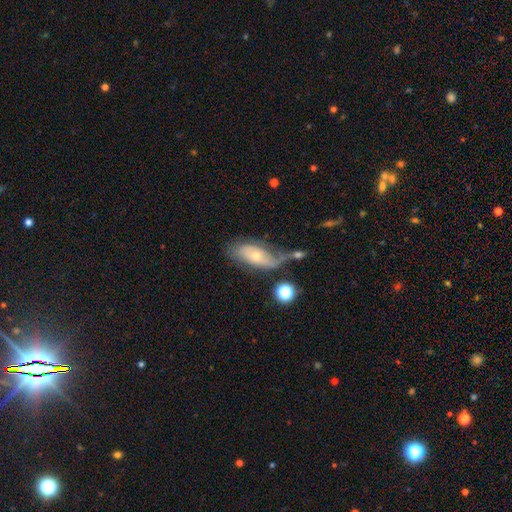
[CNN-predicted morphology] A smooth galaxy with no disk features (48%).

Vote fractions:
- Smooth or featured? smooth: 48% / featured or disk: 43% / star or artifact: 8%
- Merging? none: 33% / major disturbance: 26% / minor disturbance: 24% / merger: 16%